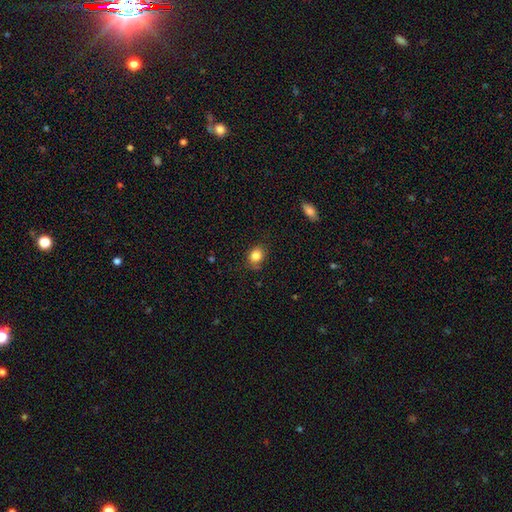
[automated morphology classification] Q: Smooth or featured?
A: smooth (83%); runner-up: star or artifact (10%)
Q: How rounded?
A: round (54%); runner-up: in between (45%)
Q: Merging?
A: none (73%); runner-up: minor disturbance (21%)